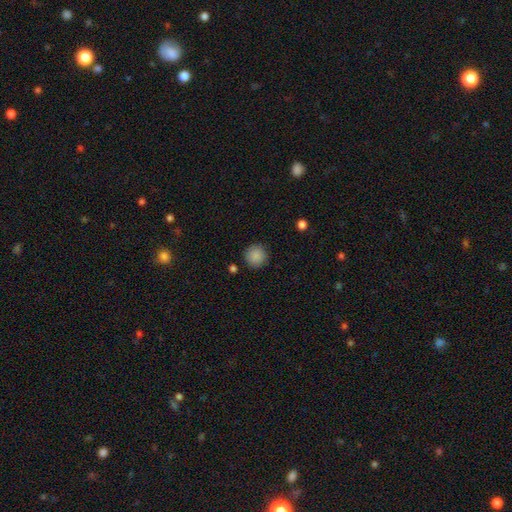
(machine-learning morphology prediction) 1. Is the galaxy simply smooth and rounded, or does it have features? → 88% smooth, 8% star or artifact, 3% featured or disk.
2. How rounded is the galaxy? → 95% round, 4% in between, 1% cigar-shaped.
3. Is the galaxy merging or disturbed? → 90% none, 6% minor disturbance, 2% major disturbance, 2% merger.